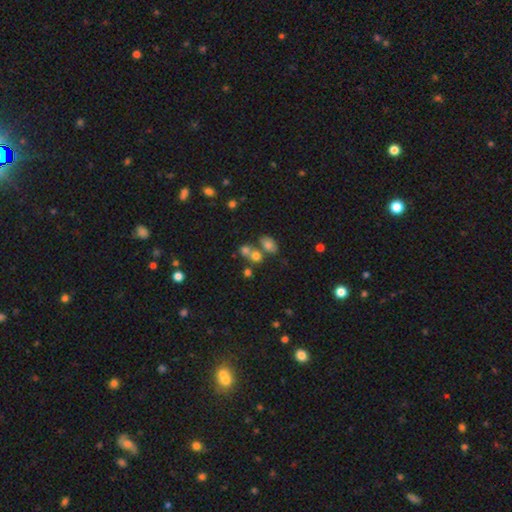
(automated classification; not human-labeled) smooth-or-featured: smooth: 67% | star or artifact: 18% | featured or disk: 15%
  how-rounded: round: 57% | in between: 42% | cigar-shaped: 1%
  merging: merger: 44% | none: 40% | minor disturbance: 10% | major disturbance: 6%